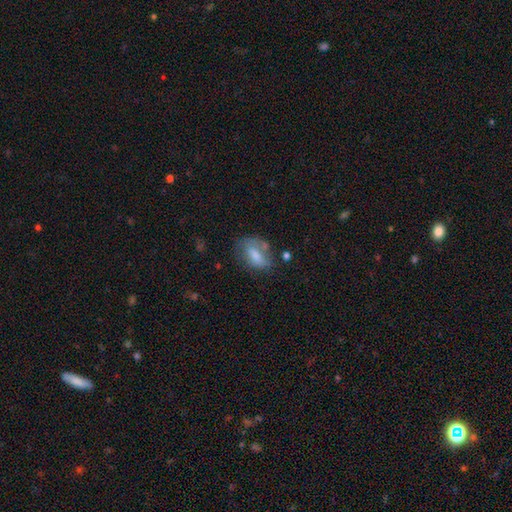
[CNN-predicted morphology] Overall: smooth (70%). How rounded: in between (84%). Merging: none (53%; minor disturbance 27%).